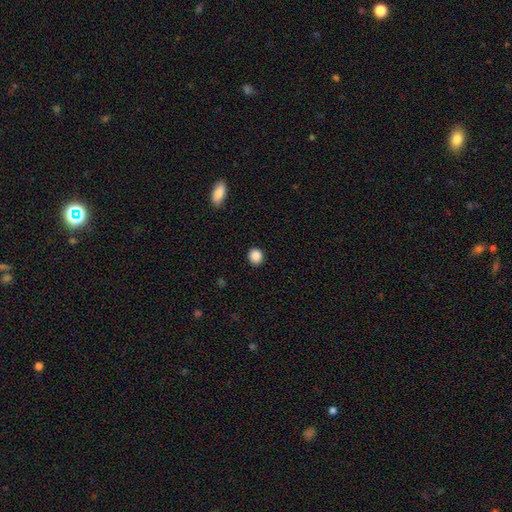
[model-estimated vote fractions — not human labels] This appears to be a smooth galaxy with no disk features (88%) that is round (83%). Merging: none (91%).